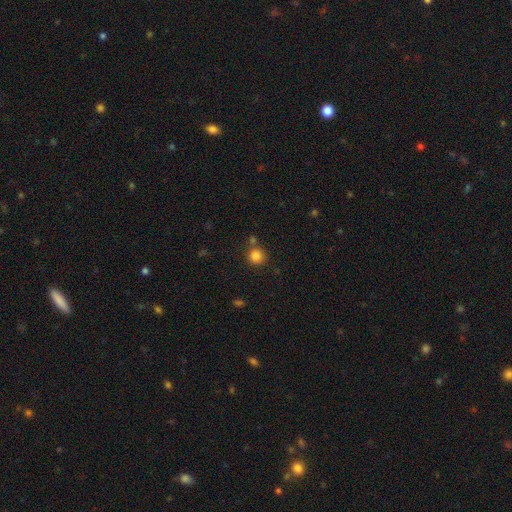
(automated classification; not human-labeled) smooth 84%, star or artifact 11%, featured or disk 4%. Down the decision tree: how rounded — round (93%); merging — none (75%).